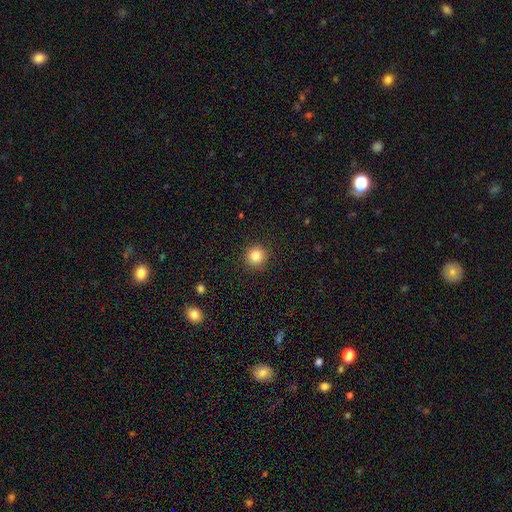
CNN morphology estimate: A smooth galaxy with no disk features (86%) that is round (93%).

Vote fractions:
- Smooth or featured? smooth: 86% / star or artifact: 10% / featured or disk: 4%
- How rounded? round: 93% / in between: 6% / cigar-shaped: 1%
- Merging? none: 91% / minor disturbance: 6% / major disturbance: 2% / merger: 1%